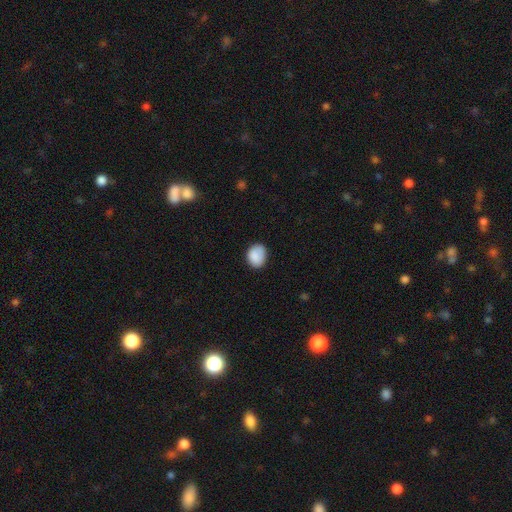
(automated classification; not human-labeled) Smooth or featured? smooth (87%)
How rounded? round (50%)
Merging? none (73%)